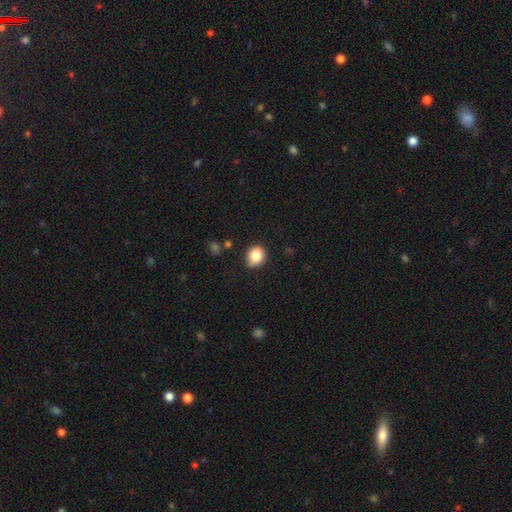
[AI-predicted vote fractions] smooth 84%, star or artifact 9%, featured or disk 6%. Down the decision tree: how rounded — round (66%); merging — none (82%).